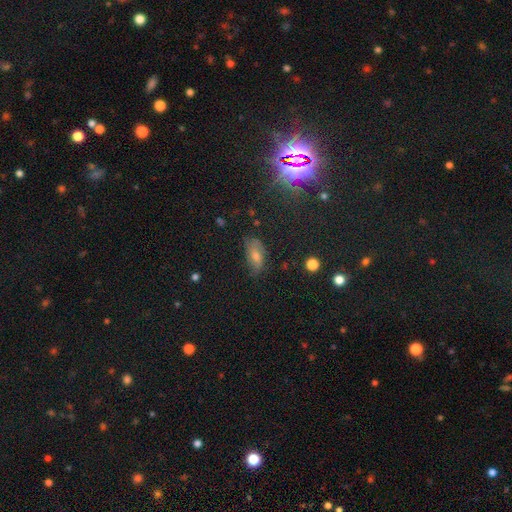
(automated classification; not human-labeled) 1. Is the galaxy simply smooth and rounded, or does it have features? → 42% smooth, 30% featured or disk, 28% star or artifact.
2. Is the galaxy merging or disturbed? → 60% none, 27% minor disturbance, 11% major disturbance, 2% merger.